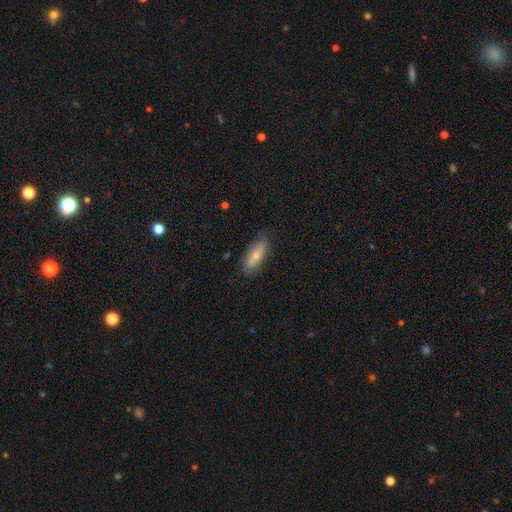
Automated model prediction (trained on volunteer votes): Smooth or featured: smooth — 64% (featured or disk — 29%)
How rounded: in between — 68% (cigar-shaped — 29%)
Merging: none — 75% (minor disturbance — 20%)